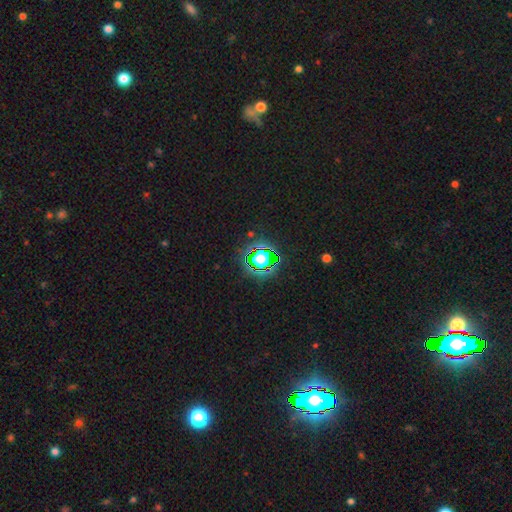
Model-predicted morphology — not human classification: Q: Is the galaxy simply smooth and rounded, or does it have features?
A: star or artifact — 65%.